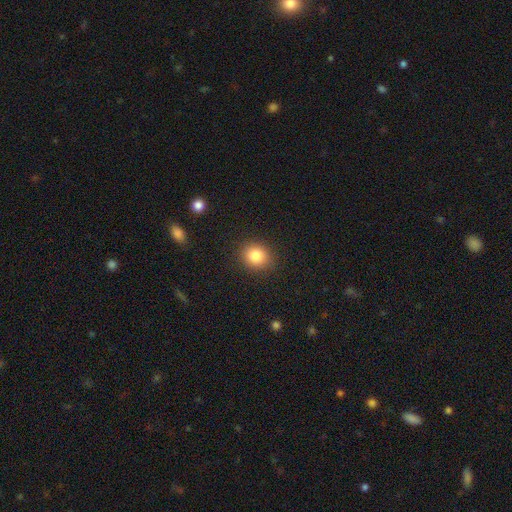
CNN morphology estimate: Smooth or featured: smooth — 84% (star or artifact — 10%)
How rounded: round — 76% (in between — 23%)
Merging: none — 89% (minor disturbance — 8%)